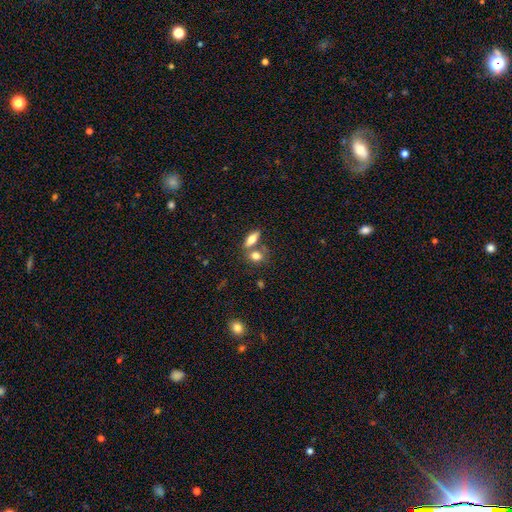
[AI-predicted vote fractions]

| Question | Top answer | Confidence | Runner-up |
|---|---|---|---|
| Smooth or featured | smooth | 75% | featured or disk (15%) |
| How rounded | in between | 59% | round (32%) |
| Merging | none | 51% | merger (35%) |